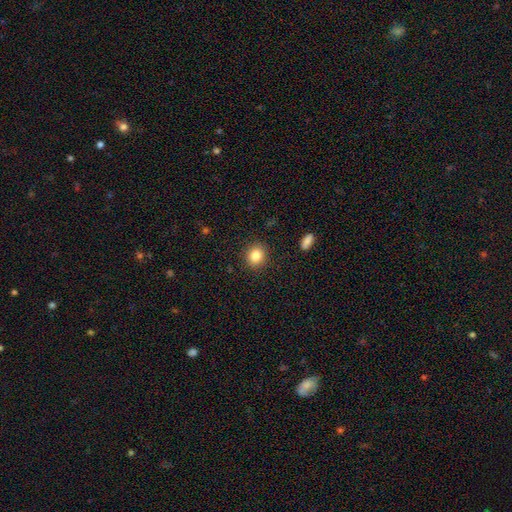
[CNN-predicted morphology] Smooth or featured? Predicted: smooth (p=0.84). How rounded? Predicted: round (p=0.80). Merging? Predicted: none (p=0.90).